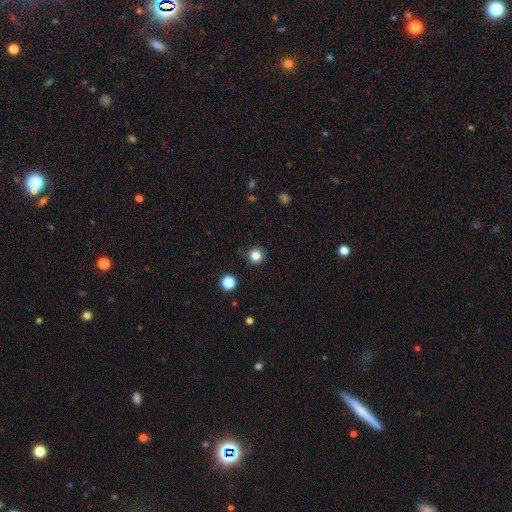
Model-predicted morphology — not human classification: Smooth or featured? smooth (82%)
How rounded? round (94%)
Merging? none (88%)